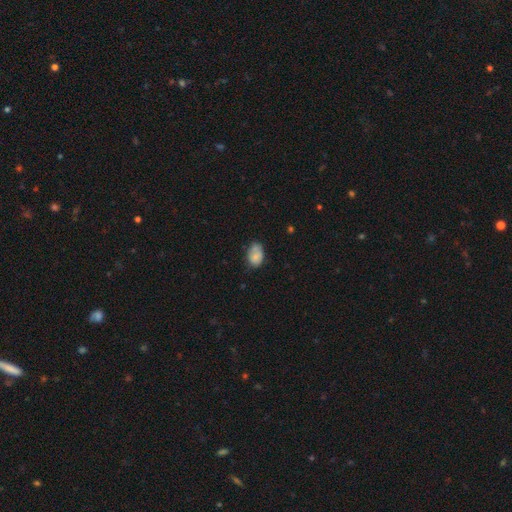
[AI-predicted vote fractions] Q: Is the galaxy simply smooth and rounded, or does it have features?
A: smooth — 73%.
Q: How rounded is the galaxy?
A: in between — 82%.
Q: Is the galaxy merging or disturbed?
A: none — 51%.